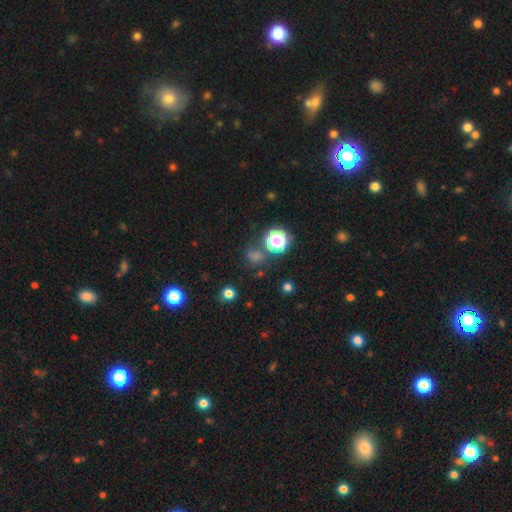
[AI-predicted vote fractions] Morphology: type=smooth (62%); roundness=round (80%); merging=none (66%).